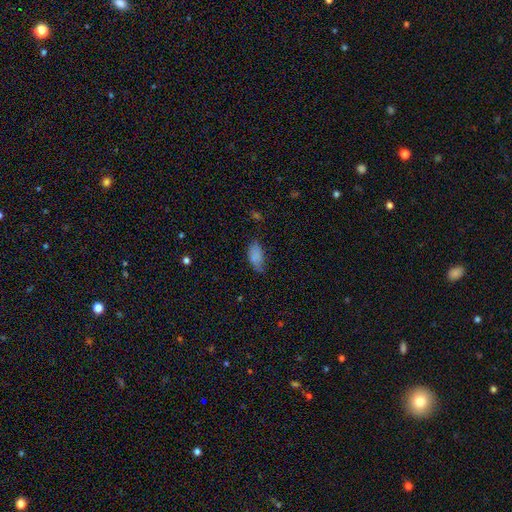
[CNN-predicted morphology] smooth 78%, featured or disk 11%, star or artifact 11%. Down the decision tree: how rounded — in between (92%); merging — none (57%).